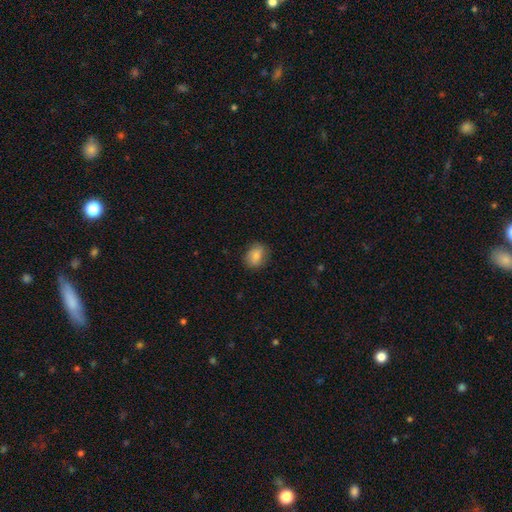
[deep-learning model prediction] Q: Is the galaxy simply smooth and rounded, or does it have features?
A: smooth — 84%.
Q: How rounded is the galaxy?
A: in between — 55%.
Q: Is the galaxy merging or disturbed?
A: none — 80%.